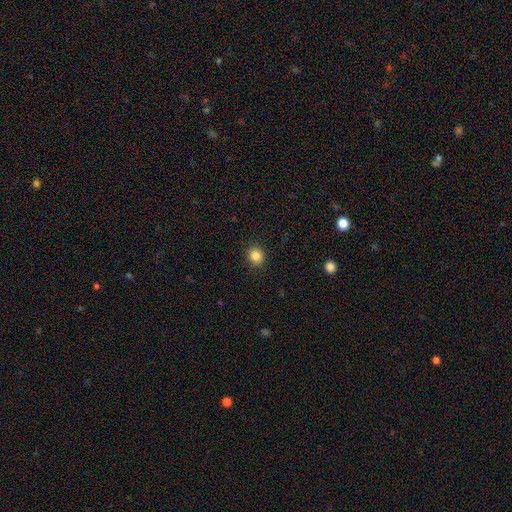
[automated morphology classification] This appears to be a smooth galaxy with no disk features (85%) that is round (77%). Merging: none (90%).